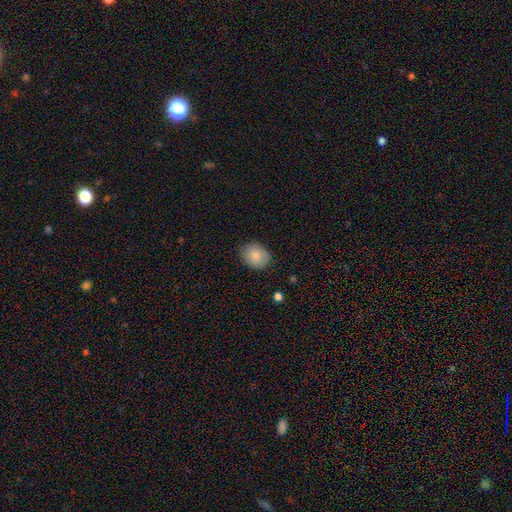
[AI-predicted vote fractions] A smooth galaxy with no disk features (84%) that is round (51%). Merging: none (83%).